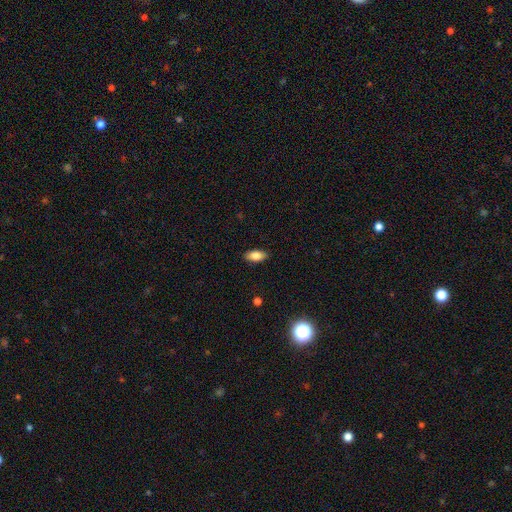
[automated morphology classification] Overall: smooth (83%). How rounded: in between (89%). Merging: none (88%).